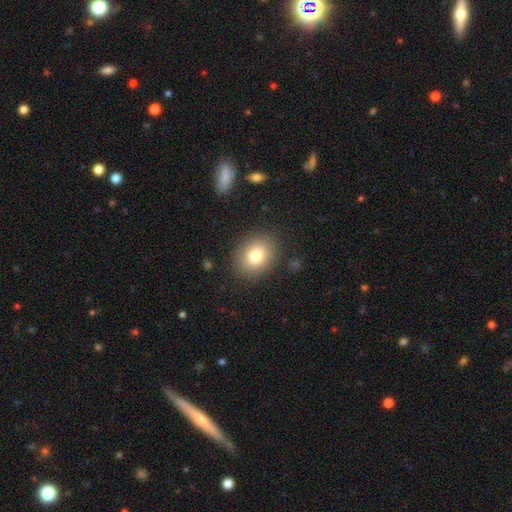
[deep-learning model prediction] Smooth or featured? Predicted: smooth (p=0.79). How rounded? Predicted: in between (p=0.52). Merging? Predicted: none (p=0.86).